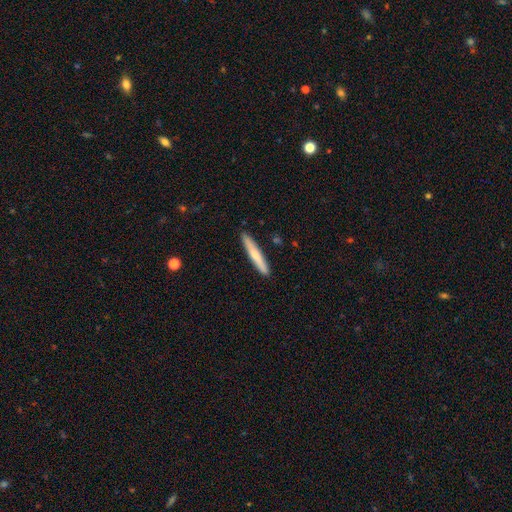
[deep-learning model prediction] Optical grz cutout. It shows a smooth galaxy with no disk features (63%) that is cigar-shaped (95%). Merging: none (90%).